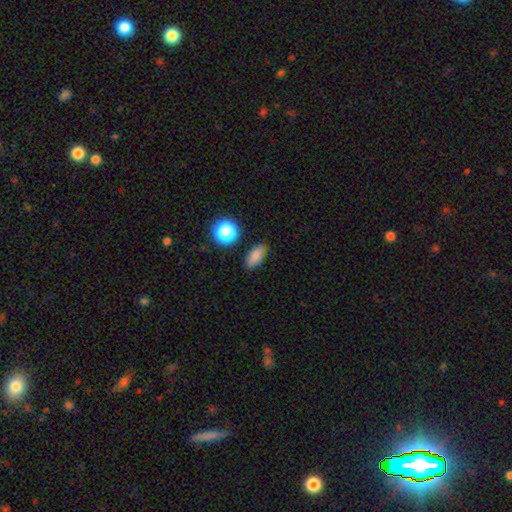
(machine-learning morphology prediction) Q: Smooth or featured?
A: smooth (83%); runner-up: star or artifact (11%)
Q: How rounded?
A: in between (83%); runner-up: round (11%)
Q: Merging?
A: none (79%); runner-up: minor disturbance (15%)